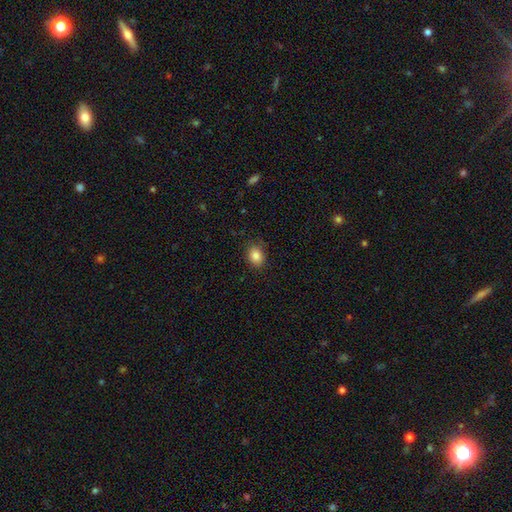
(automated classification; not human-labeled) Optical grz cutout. It shows a smooth galaxy with no disk features (85%) that is in between round and cigar-shaped (57%). Merging: none (84%).